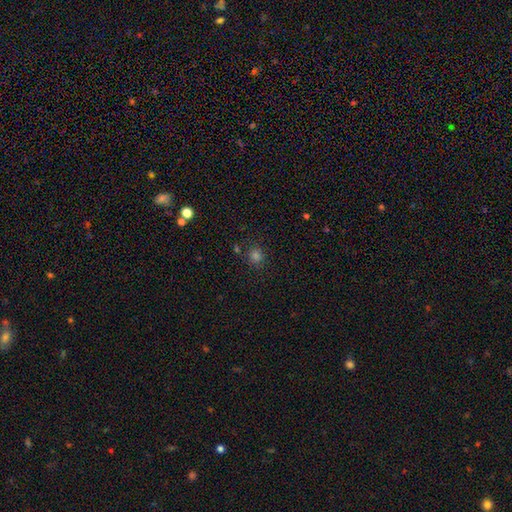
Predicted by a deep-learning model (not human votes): Q: Smooth or featured?
A: smooth (74%); runner-up: star or artifact (21%)
Q: How rounded?
A: round (89%); runner-up: in between (10%)
Q: Merging?
A: none (84%); runner-up: minor disturbance (9%)